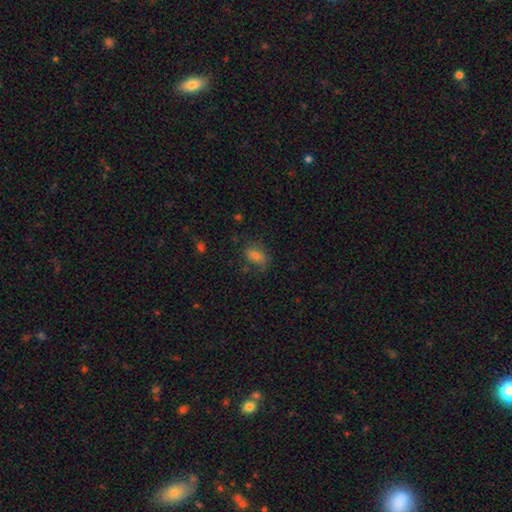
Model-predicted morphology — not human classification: This appears to be a smooth galaxy with no disk features (70%) that is in between round and cigar-shaped (82%). Merging: none (68%).